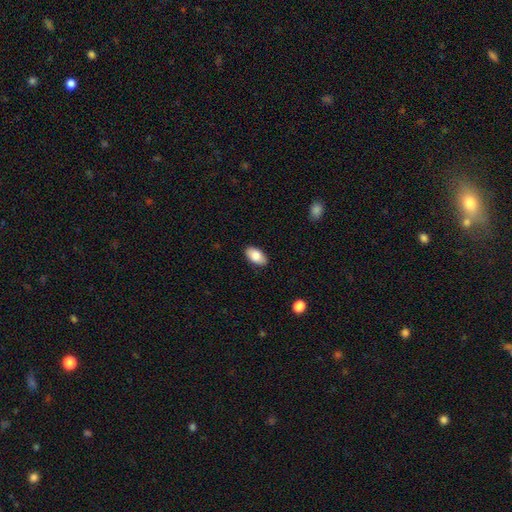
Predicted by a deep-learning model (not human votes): A smooth galaxy with no disk features (85%) that is in between round and cigar-shaped (95%).

Vote fractions:
- Smooth or featured? smooth: 85% / featured or disk: 8% / star or artifact: 6%
- How rounded? in between: 95% / round: 3% / cigar-shaped: 2%
- Merging? none: 88% / minor disturbance: 9% / major disturbance: 2% / merger: 1%